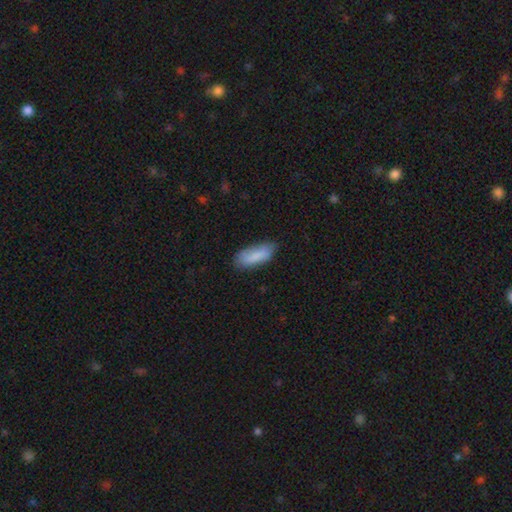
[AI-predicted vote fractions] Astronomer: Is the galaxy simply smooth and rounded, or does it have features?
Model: smooth — 84%.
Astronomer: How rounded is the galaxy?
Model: in between — 70%.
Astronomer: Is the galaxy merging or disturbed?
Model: none — 71%.